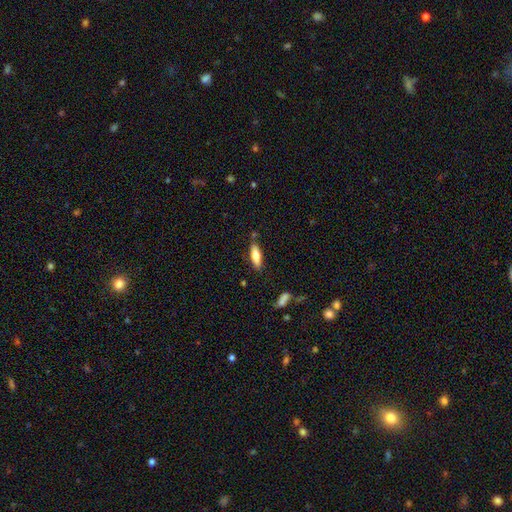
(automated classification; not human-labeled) smooth_or_featured: smooth (p=0.69) [alt: featured or disk p=0.24]
how_rounded: in between (p=0.50) [alt: cigar-shaped p=0.48]
merging: none (p=0.81) [alt: minor disturbance p=0.13]